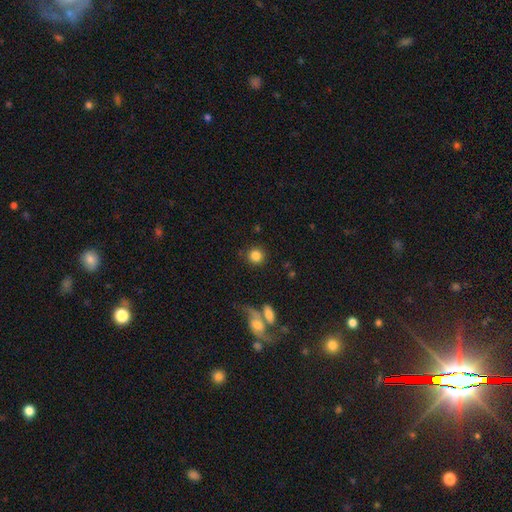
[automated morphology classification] This appears to be a smooth galaxy with no disk features (83%) that is round (92%). Merging: none (83%).